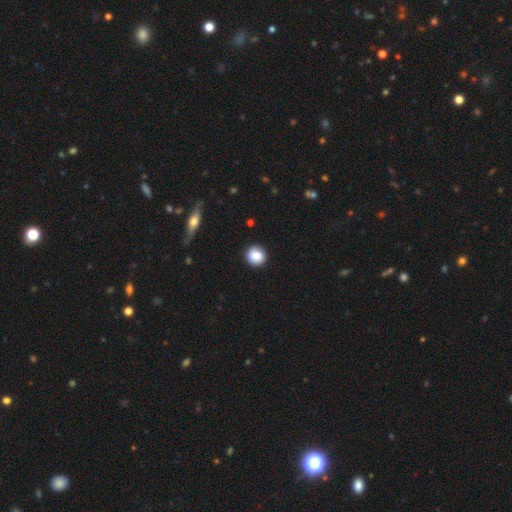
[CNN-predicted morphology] smooth-or-featured: smooth: 81% | featured or disk: 11% | star or artifact: 9%
  how-rounded: round: 93% | in between: 6% | cigar-shaped: 1%
  merging: none: 89% | minor disturbance: 8% | major disturbance: 2% | merger: 1%